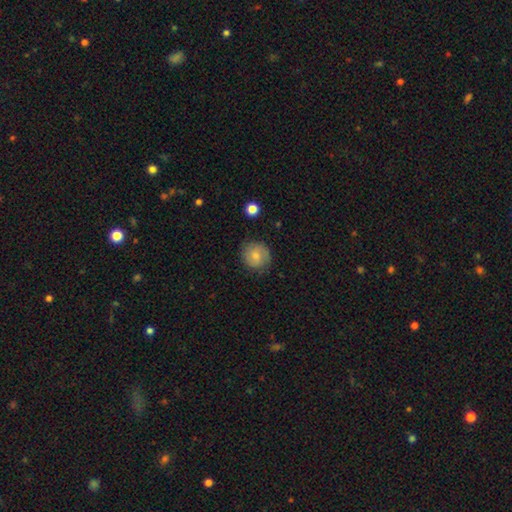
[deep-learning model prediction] Smooth or featured? smooth (70%)
How rounded? round (87%)
Merging? none (78%)